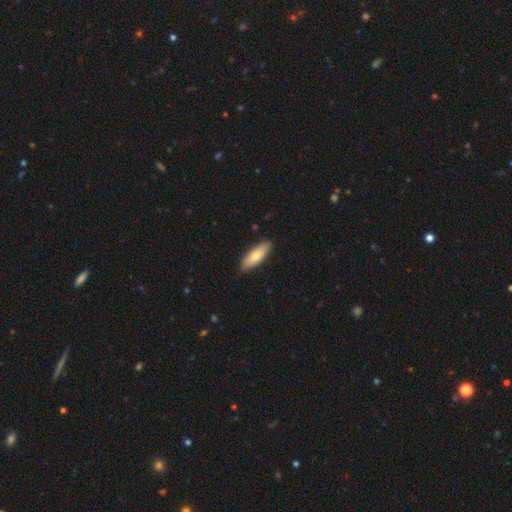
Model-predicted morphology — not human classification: A smooth galaxy with no disk features (75%) that is in between round and cigar-shaped (63%).

Vote fractions:
- Smooth or featured? smooth: 75% / featured or disk: 20% / star or artifact: 5%
- How rounded? in between: 63% / cigar-shaped: 35% / round: 2%
- Merging? none: 89% / minor disturbance: 9% / major disturbance: 2% / merger: 1%